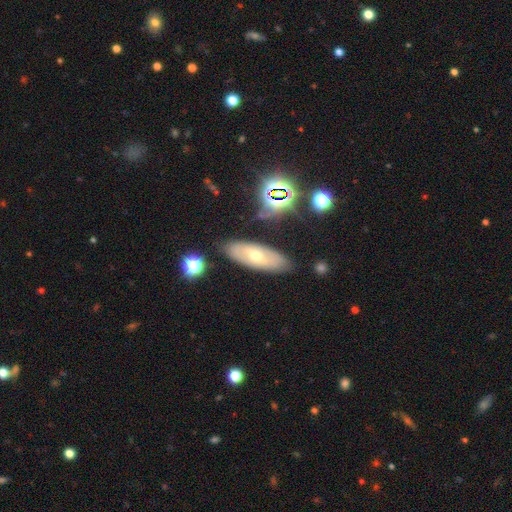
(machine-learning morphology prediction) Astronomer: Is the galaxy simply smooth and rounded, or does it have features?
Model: featured or disk — 52% (runner-up: smooth, 37%).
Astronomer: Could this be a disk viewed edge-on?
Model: no — 73%.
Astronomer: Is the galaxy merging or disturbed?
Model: none — 83%.